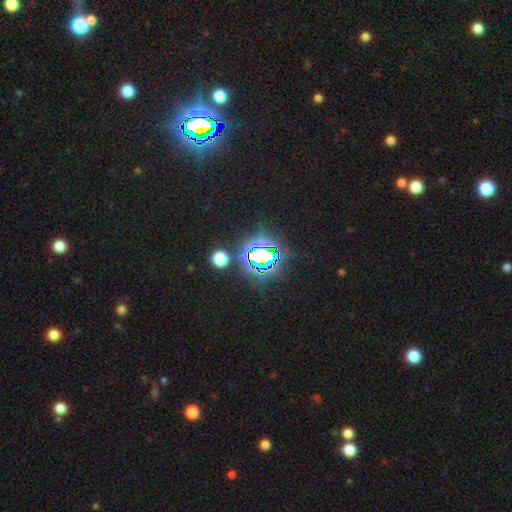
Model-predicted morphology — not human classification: Smooth or featured? Predicted: star or artifact (p=0.74).